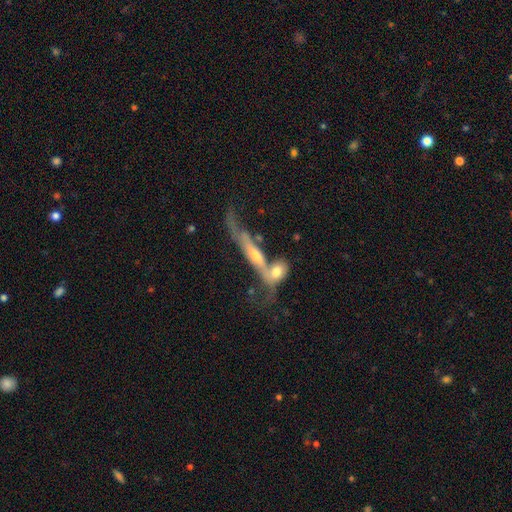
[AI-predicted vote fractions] This appears to be a featured or disk galaxy (63%) viewed edge-on (65%). Merging: merger (53%).